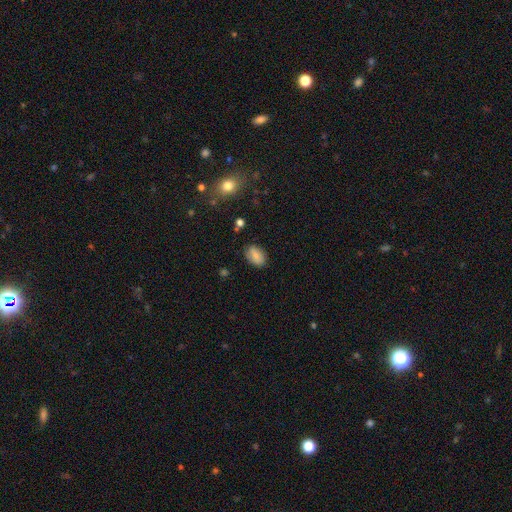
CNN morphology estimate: Smooth or featured? smooth (82%)
How rounded? in between (86%)
Merging? none (80%)